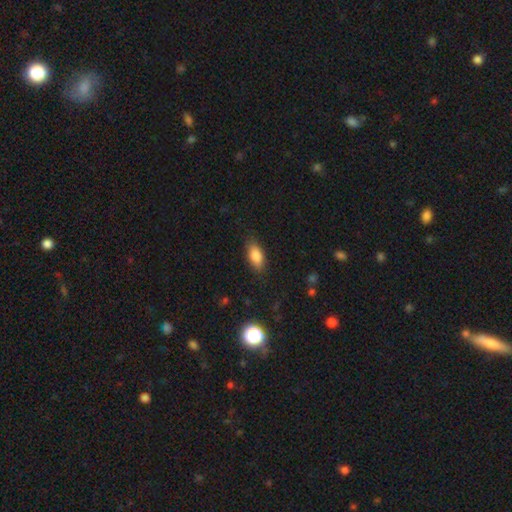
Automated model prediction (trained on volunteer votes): A smooth galaxy with no disk features (84%) that is in between round and cigar-shaped (86%).

Vote fractions:
- Smooth or featured? smooth: 84% / featured or disk: 8% / star or artifact: 8%
- How rounded? in between: 86% / cigar-shaped: 10% / round: 4%
- Merging? none: 84% / minor disturbance: 12% / major disturbance: 3% / merger: 1%